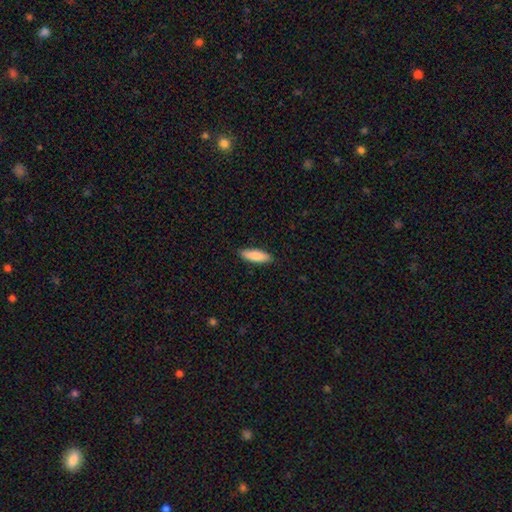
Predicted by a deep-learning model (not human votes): Morphology: type=smooth (85%); roundness=cigar-shaped (49%, tied with in between); merging=none (89%).